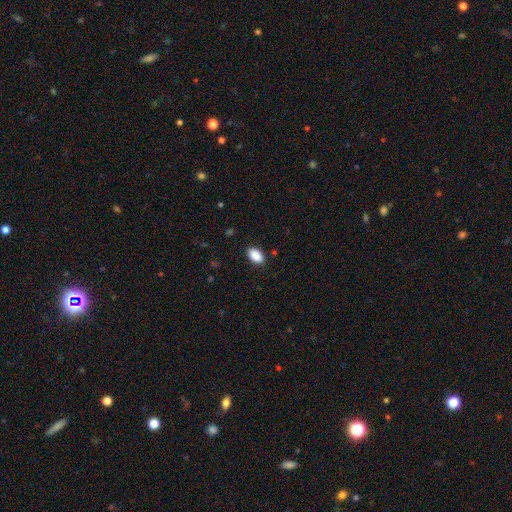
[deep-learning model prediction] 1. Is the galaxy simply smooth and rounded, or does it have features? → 90% smooth, 7% star or artifact, 3% featured or disk.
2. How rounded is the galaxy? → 92% in between, 7% round, 1% cigar-shaped.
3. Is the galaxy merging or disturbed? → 88% none, 9% minor disturbance, 2% major disturbance, 1% merger.